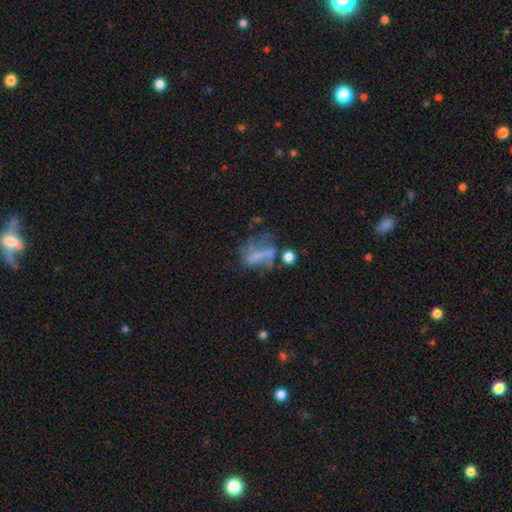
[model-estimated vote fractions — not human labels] Morphology: type=featured or disk (46%); merging=major disturbance (34%).